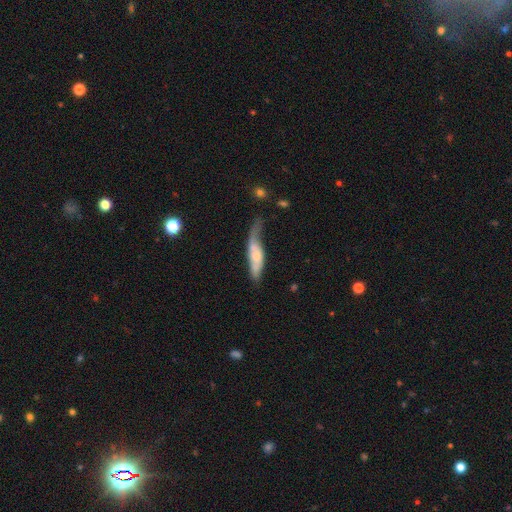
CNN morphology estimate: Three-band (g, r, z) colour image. It shows a smooth galaxy with no disk features (48%). Merging: minor disturbance (32%).